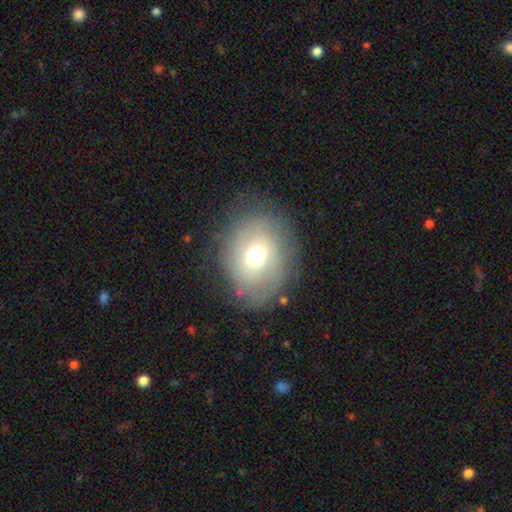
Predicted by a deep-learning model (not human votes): Q: Smooth or featured?
A: smooth (53%); runner-up: featured or disk (34%)
Q: How rounded?
A: round (61%); runner-up: in between (38%)
Q: Merging?
A: none (72%); runner-up: minor disturbance (17%)